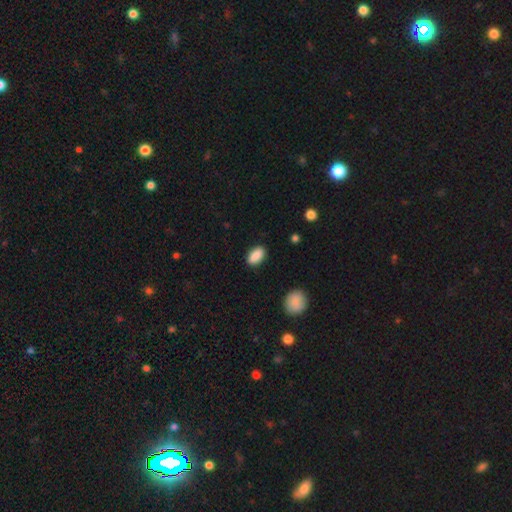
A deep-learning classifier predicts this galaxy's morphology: type=smooth (89%); roundness=in between (91%); merging=none (88%).